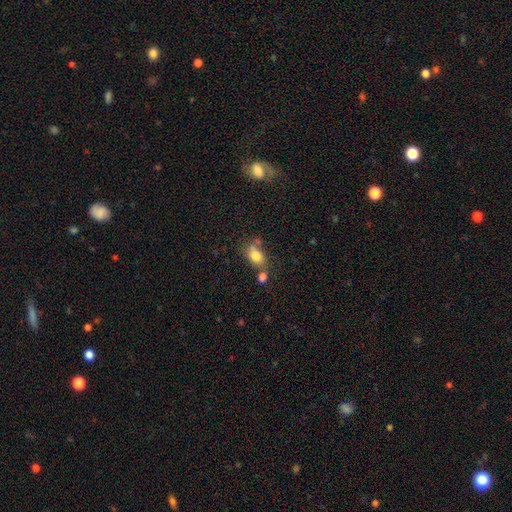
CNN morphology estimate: smooth-or-featured: smooth: 79% | featured or disk: 11% | star or artifact: 10%
  how-rounded: in between: 79% | round: 19% | cigar-shaped: 3%
  merging: none: 49% | merger: 27% | minor disturbance: 17% | major disturbance: 7%